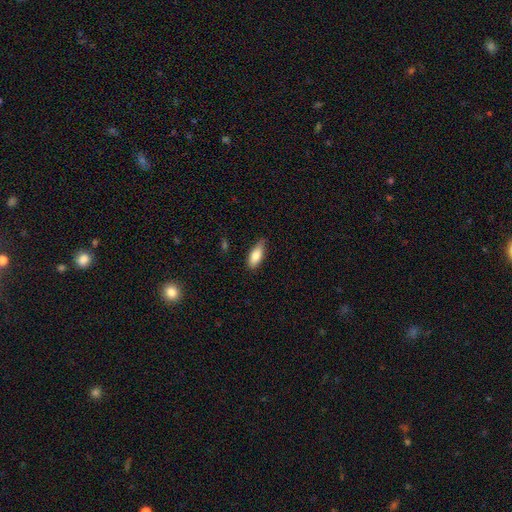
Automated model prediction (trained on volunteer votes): A smooth galaxy with no disk features (80%) that is in between round and cigar-shaped (76%). Merging: none (76%).